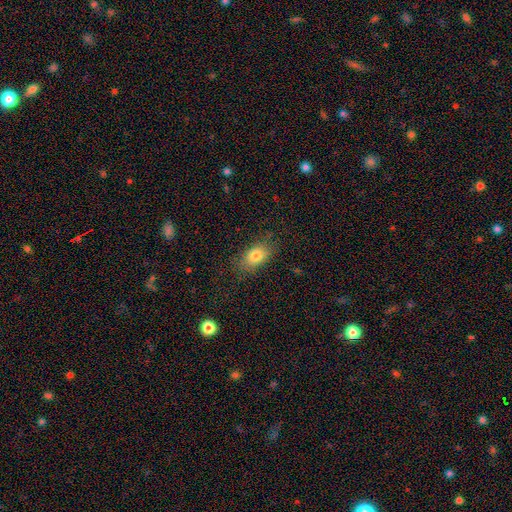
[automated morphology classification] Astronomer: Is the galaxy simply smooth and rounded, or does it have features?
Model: smooth — 79%.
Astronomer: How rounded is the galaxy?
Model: in between — 84%.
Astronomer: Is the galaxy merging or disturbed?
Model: none — 79%.